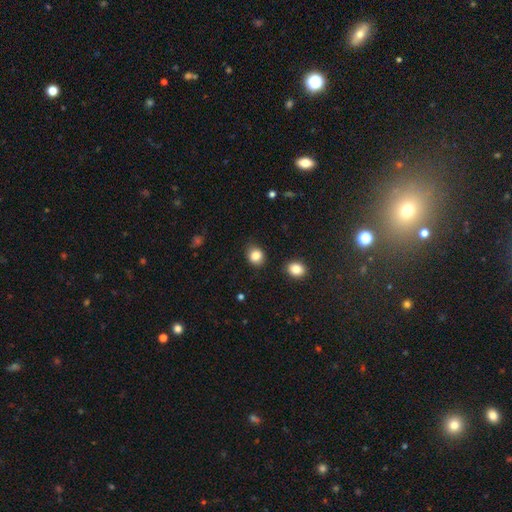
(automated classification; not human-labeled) smooth 85%, star or artifact 10%, featured or disk 5%. Down the decision tree: how rounded — round (70%); merging — none (83%).